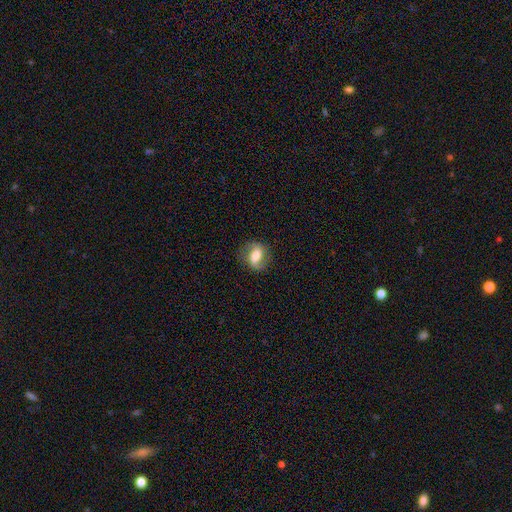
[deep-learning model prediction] Smooth or featured?
  - smooth: 47% *
  - featured or disk: 45%
  - star or artifact: 8%
Merging?
  - none: 76% *
  - minor disturbance: 16%
  - major disturbance: 7%
  - merger: 1%